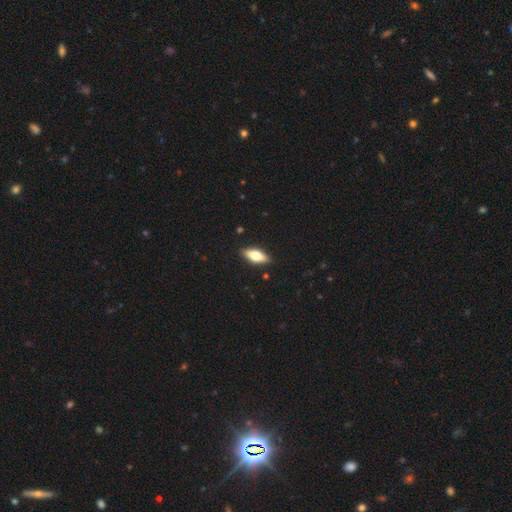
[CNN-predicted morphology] Overall: smooth (64%; featured or disk 29%). How rounded: in between (75%). Merging: none (89%).